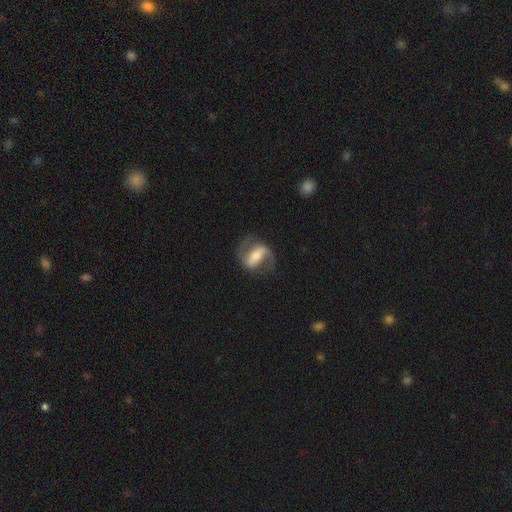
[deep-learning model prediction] smooth-or-featured: featured or disk: 78% | smooth: 16% | star or artifact: 6%
  disk-edge-on: no: 95% | yes: 5%
    bar: strong: 55% | weak: 29% | no: 16%
    has-spiral-arms: yes: 91% | no: 9%
      spiral-winding: medium: 48% | loose: 35% | tight: 17%
      spiral-arm-count: 2: 88% | 1: 6% | can't tell: 4% | 3: 1% | 4: 1% | more than 4: 1%
    bulge-size: moderate: 44% | small: 34% | large: 13% | none: 6% | dominant: 2%
  merging: none: 71% | minor disturbance: 15% | major disturbance: 12% | merger: 2%